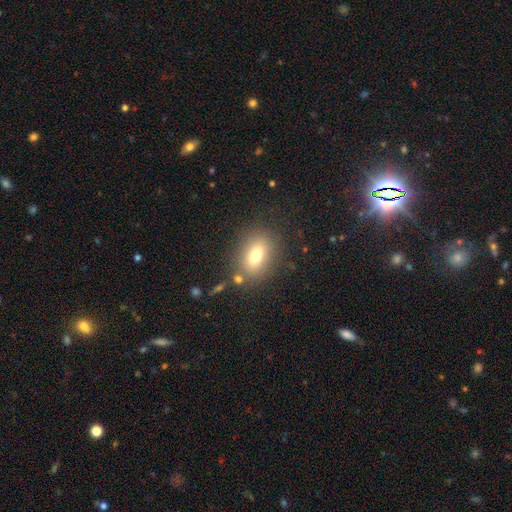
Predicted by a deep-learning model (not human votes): smooth-or-featured: smooth: 75% | featured or disk: 14% | star or artifact: 11%
  how-rounded: in between: 75% | round: 22% | cigar-shaped: 3%
  merging: none: 77% | minor disturbance: 11% | merger: 7% | major disturbance: 5%